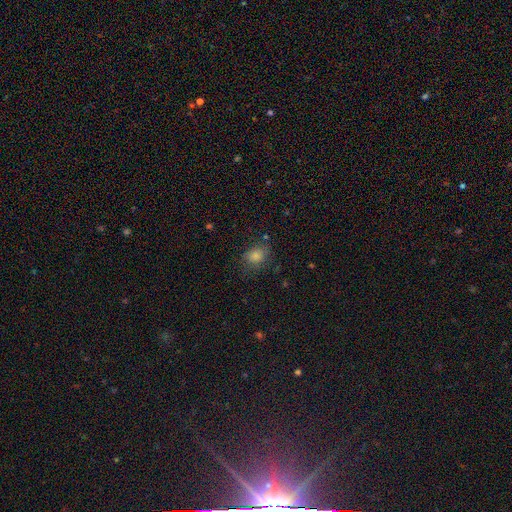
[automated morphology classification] Overall: smooth (74%). How rounded: in between (52%; round 47%). Merging: none (73%).